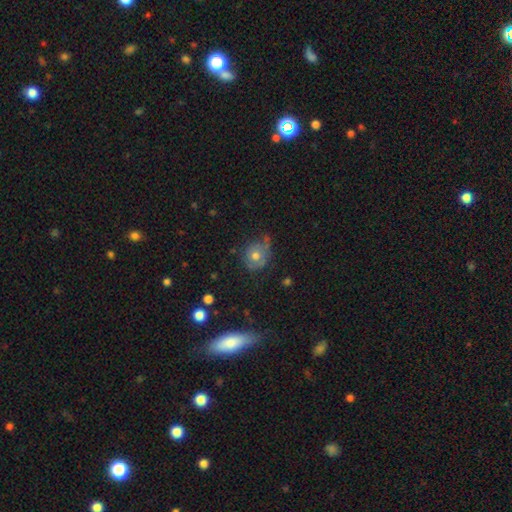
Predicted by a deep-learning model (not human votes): Morphology: type=smooth (62%); roundness=round (79%); merging=none (57%).